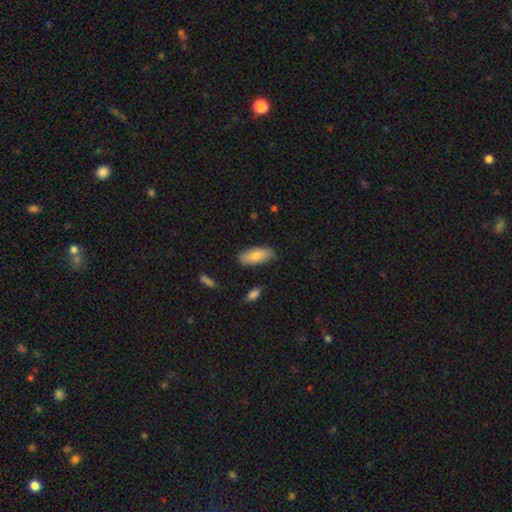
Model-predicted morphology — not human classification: Overall: smooth (80%). How rounded: in between (85%). Merging: none (82%).